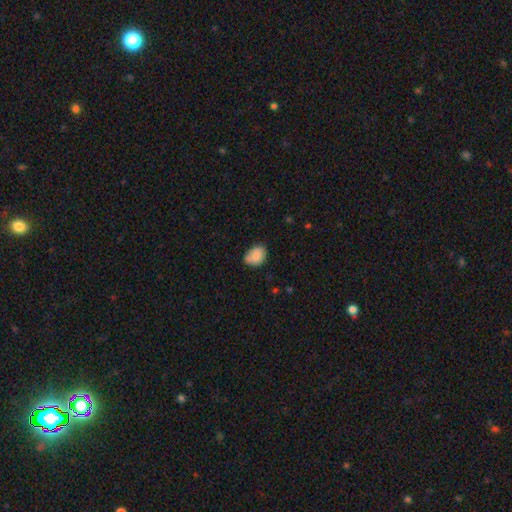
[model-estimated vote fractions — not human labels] The model was most divided on "merging": none: 62%, minor disturbance: 31%, major disturbance: 5%, merger: 3%. More confident: smooth or featured — smooth (84%); how rounded — in between (67%).